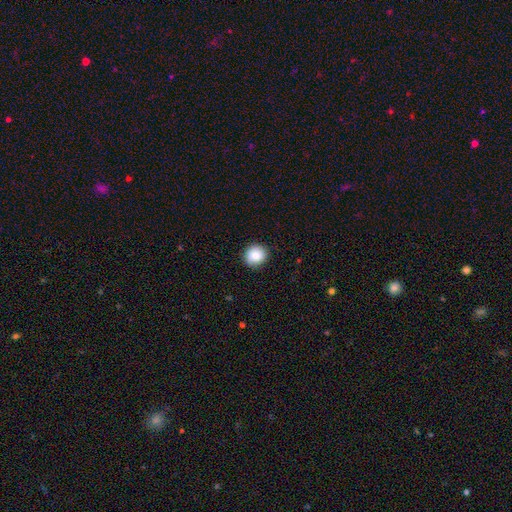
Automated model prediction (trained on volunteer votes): Smooth or featured? Predicted: smooth (p=0.84). How rounded? Predicted: round (p=0.89). Merging? Predicted: none (p=0.87).